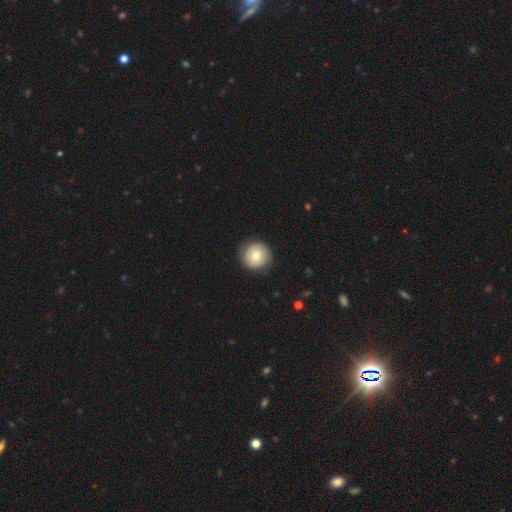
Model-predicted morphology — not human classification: smooth 68%, featured or disk 25%, star or artifact 7%. Down the decision tree: how rounded — round (94%); merging — none (82%).